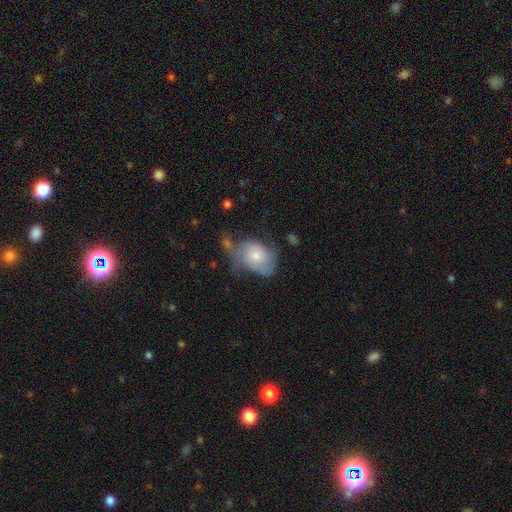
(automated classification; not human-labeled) Smooth or featured?
  - smooth: 53% *
  - featured or disk: 39%
  - star or artifact: 7%
How rounded?
  - in between: 70% *
  - round: 28%
  - cigar-shaped: 1%
Merging?
  - minor disturbance: 33% *
  - none: 30%
  - major disturbance: 27%
  - merger: 9%